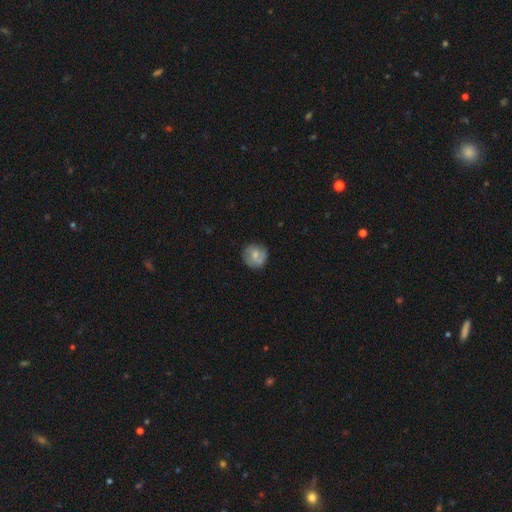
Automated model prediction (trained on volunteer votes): The model was most divided on "smooth or featured": smooth: 58%, featured or disk: 34%, star or artifact: 7%. More confident: how rounded — round (89%); merging — none (76%).